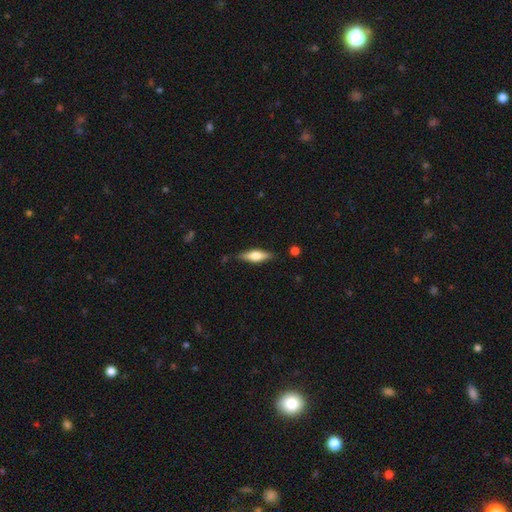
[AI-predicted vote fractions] A smooth galaxy with no disk features (47%).

Vote fractions:
- Smooth or featured? smooth: 47% / featured or disk: 46% / star or artifact: 6%
- Merging? none: 83% / minor disturbance: 13% / major disturbance: 3% / merger: 2%